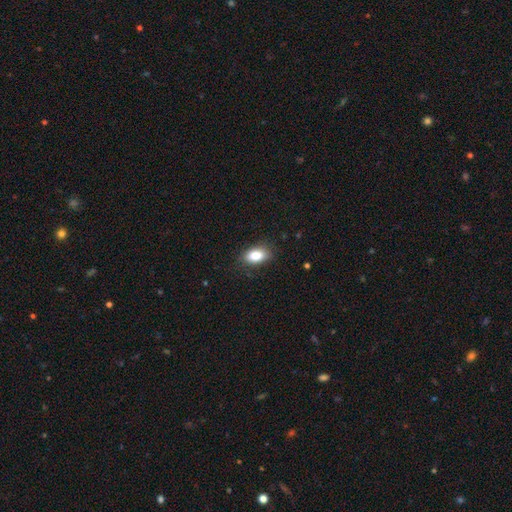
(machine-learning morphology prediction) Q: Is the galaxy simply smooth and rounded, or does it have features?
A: smooth — 86%.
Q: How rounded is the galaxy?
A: in between — 90%.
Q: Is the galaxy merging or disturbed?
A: none — 81%.